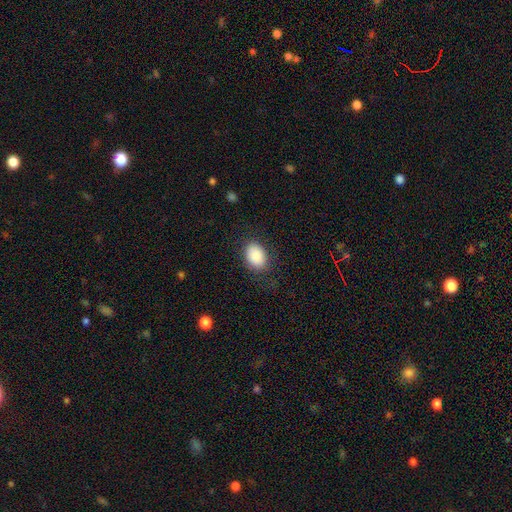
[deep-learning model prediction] Smooth or featured? Predicted: smooth (p=0.89). How rounded? Predicted: in between (p=0.77). Merging? Predicted: none (p=0.82).